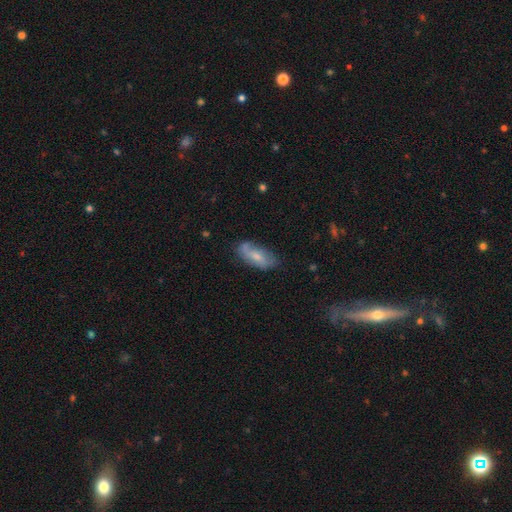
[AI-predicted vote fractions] Smooth or featured?
  - smooth: 56% *
  - featured or disk: 36%
  - star or artifact: 7%
How rounded?
  - in between: 83% *
  - cigar-shaped: 15%
  - round: 3%
Merging?
  - none: 63% *
  - minor disturbance: 26%
  - major disturbance: 8%
  - merger: 3%